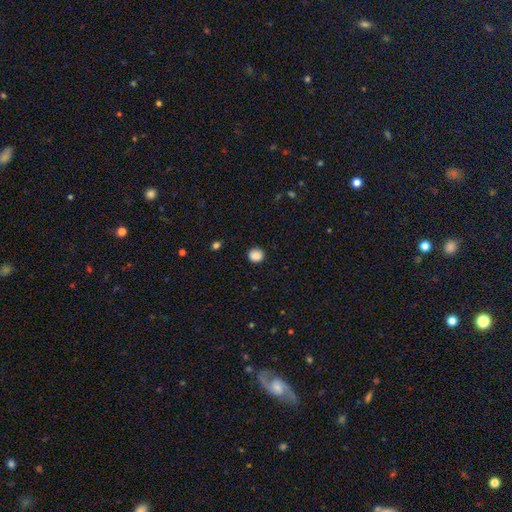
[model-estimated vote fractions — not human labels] This is clearly a smooth galaxy (88%). How rounded: clearly round (89%). Merging: clearly none (91%).